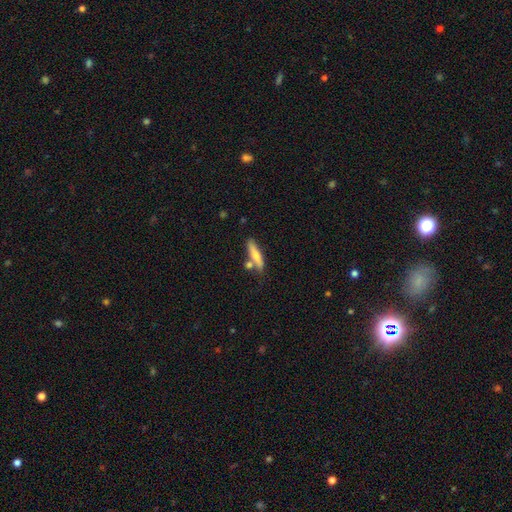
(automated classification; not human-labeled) The model was most divided on "smooth or featured": smooth: 64%, featured or disk: 30%, star or artifact: 6%. More confident: how rounded — cigar-shaped (80%); merging — none (65%).